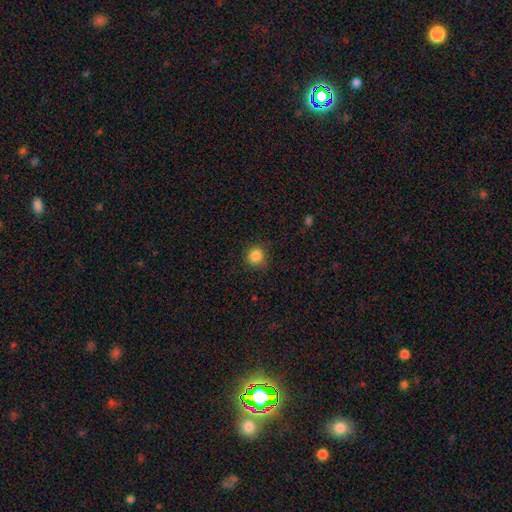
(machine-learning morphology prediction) Smooth or featured: smooth — 85% (star or artifact — 11%)
How rounded: round — 90% (in between — 9%)
Merging: none — 86% (minor disturbance — 10%)